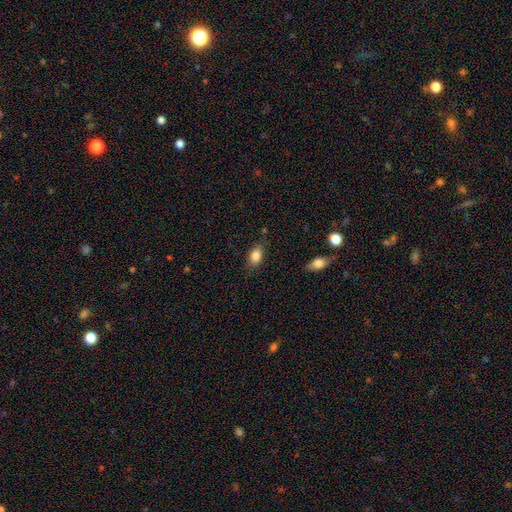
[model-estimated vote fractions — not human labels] Q: Smooth or featured?
A: smooth (85%); runner-up: star or artifact (8%)
Q: How rounded?
A: in between (86%); runner-up: round (11%)
Q: Merging?
A: none (79%); runner-up: minor disturbance (16%)